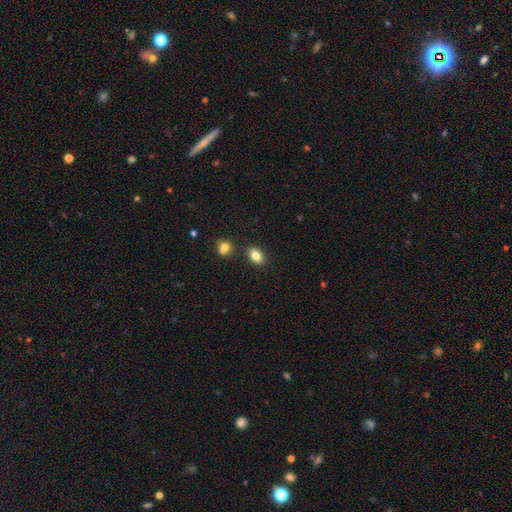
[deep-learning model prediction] smooth 83%, star or artifact 10%, featured or disk 7%. Down the decision tree: how rounded — in between (80%); merging — none (83%).